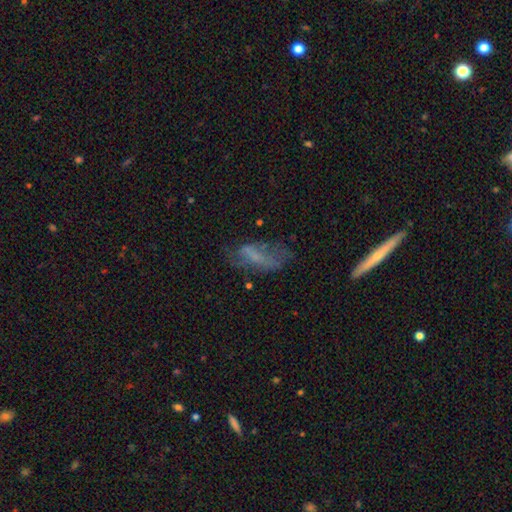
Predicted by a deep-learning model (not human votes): Morphology: type=featured or disk (45%); merging=none (41%).